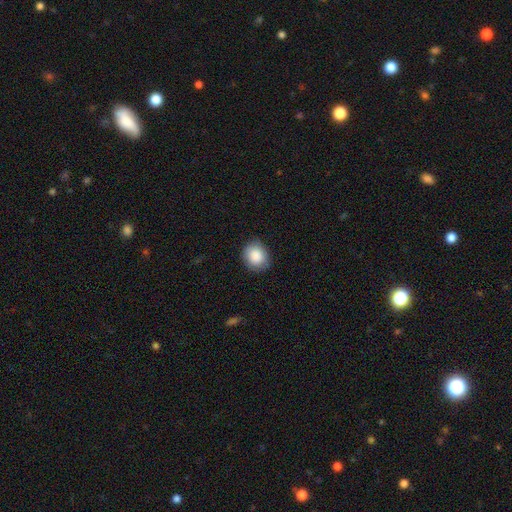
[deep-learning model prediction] This appears to be a smooth galaxy with no disk features (87%) that is round (67%). Merging: none (82%).